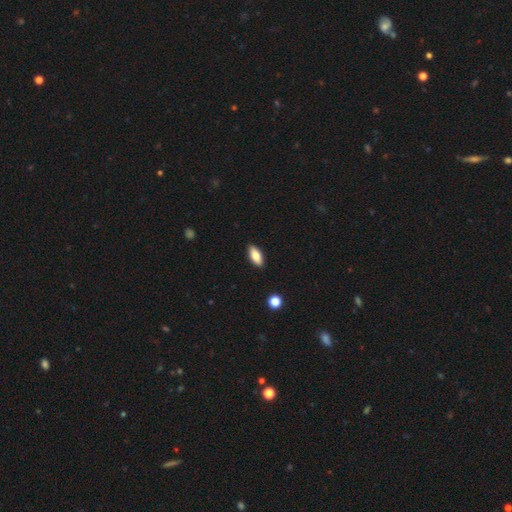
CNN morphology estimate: Smooth or featured? Predicted: smooth (p=0.79). How rounded? Predicted: in between (p=0.84). Merging? Predicted: none (p=0.90).